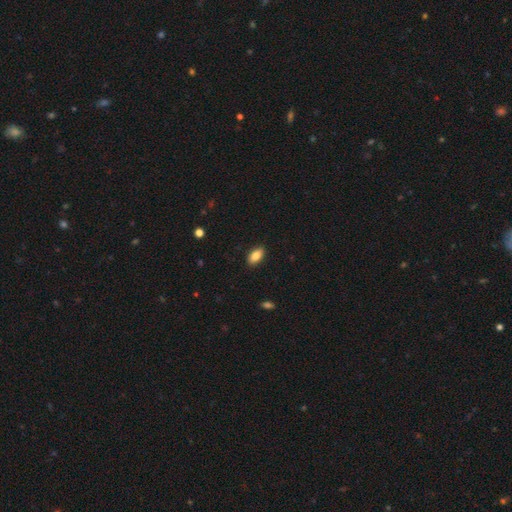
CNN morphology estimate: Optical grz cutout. It shows a smooth galaxy with no disk features (84%) that is in between round and cigar-shaped (90%). Merging: none (89%).